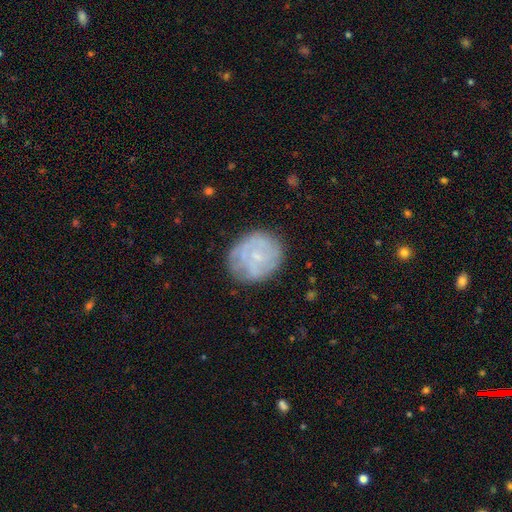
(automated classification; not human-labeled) Overall: featured or disk (58%; smooth 35%). Edge-on disk: no (98%). Bar: no (75%). Spiral arms: yes (66%; no 34%). Bulge size: small (67%). Merging: none (73%).